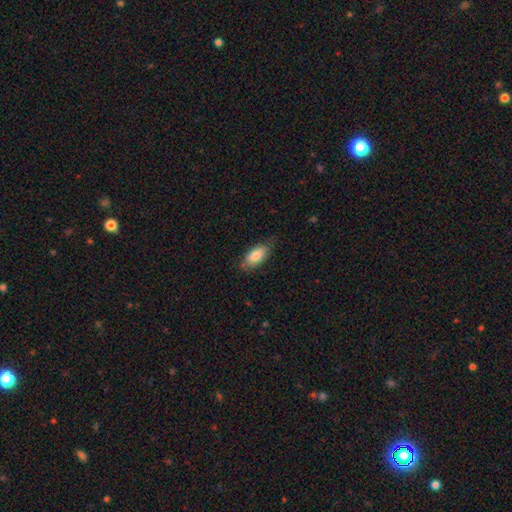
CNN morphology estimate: A smooth galaxy with no disk features (80%) that is in between round and cigar-shaped (88%).

Vote fractions:
- Smooth or featured? smooth: 80% / featured or disk: 13% / star or artifact: 6%
- How rounded? in between: 88% / cigar-shaped: 9% / round: 3%
- Merging? none: 74% / minor disturbance: 21% / major disturbance: 4% / merger: 1%